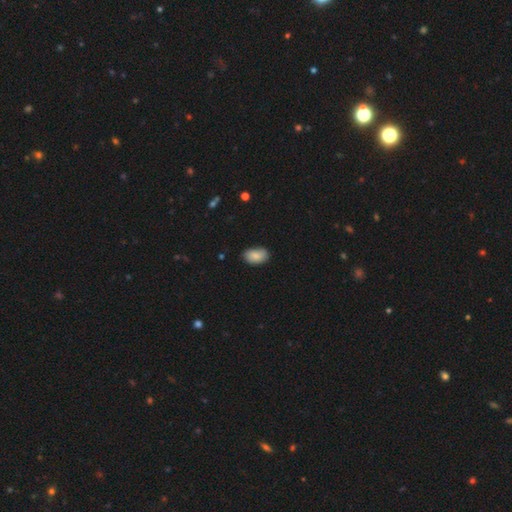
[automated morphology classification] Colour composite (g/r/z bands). It shows a smooth galaxy with no disk features (87%) that is in between round and cigar-shaped (92%). Merging: none (78%).